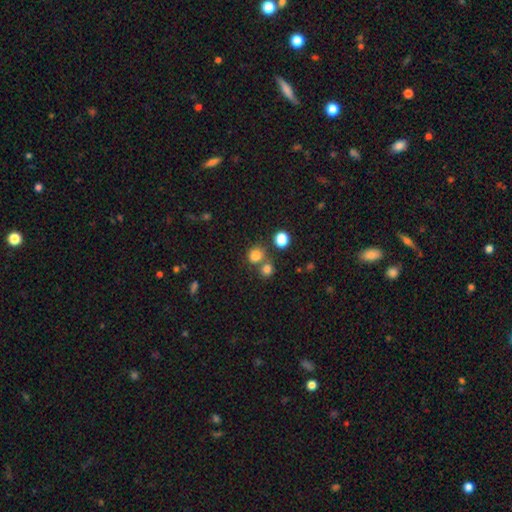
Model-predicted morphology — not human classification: Smooth or featured?
  - smooth: 78% *
  - star or artifact: 15%
  - featured or disk: 6%
How rounded?
  - round: 80% *
  - in between: 19%
  - cigar-shaped: 1%
Merging?
  - none: 60% *
  - merger: 27%
  - minor disturbance: 9%
  - major disturbance: 4%